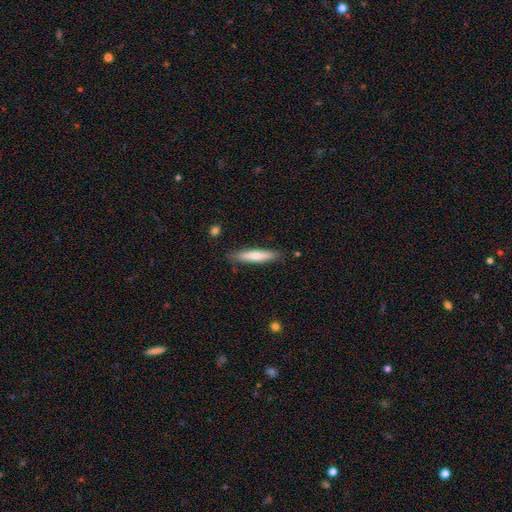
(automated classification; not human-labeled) The model was most divided on "smooth or featured": smooth: 66%, featured or disk: 29%, star or artifact: 6%. More confident: how rounded — cigar-shaped (87%); merging — none (86%).